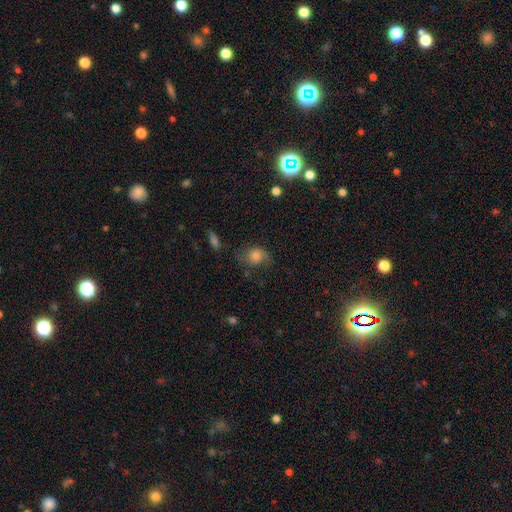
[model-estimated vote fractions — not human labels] This appears to be a smooth galaxy with no disk features (62%) that is round (64%). Merging: none (57%).